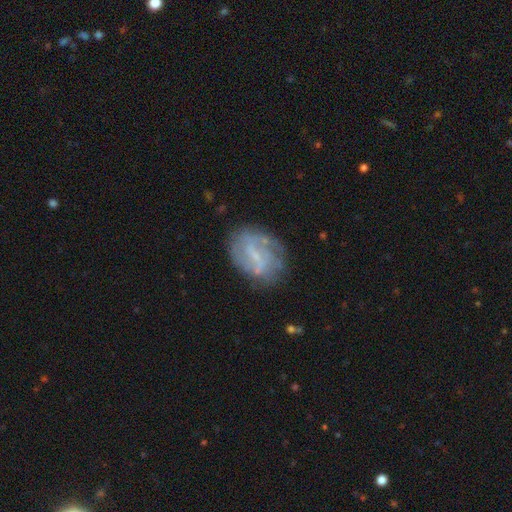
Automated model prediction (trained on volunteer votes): Smooth or featured? Predicted: featured or disk (p=0.71). Edge-on disk? Predicted: no (p=0.97). Bar? Predicted: weak (p=0.52). Spiral arms? Predicted: yes (p=0.79). Spiral winding? Predicted: medium (p=0.39). Spiral arm count? Predicted: 2 (p=0.46). Bulge size? Predicted: small (p=0.56). Merging? Predicted: none (p=0.70).